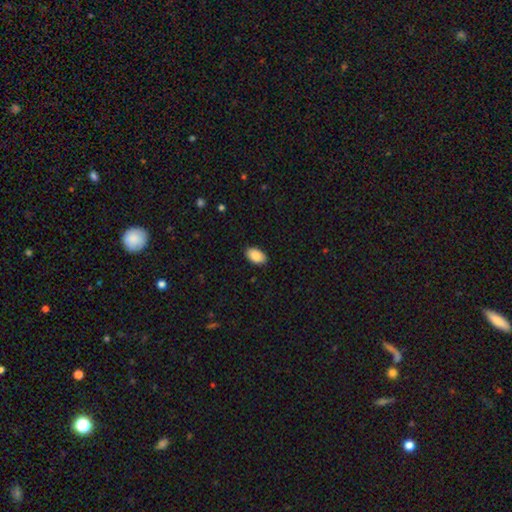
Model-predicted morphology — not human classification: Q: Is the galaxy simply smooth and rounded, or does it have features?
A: smooth — 89%.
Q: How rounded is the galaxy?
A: in between — 94%.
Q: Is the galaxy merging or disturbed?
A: none — 87%.